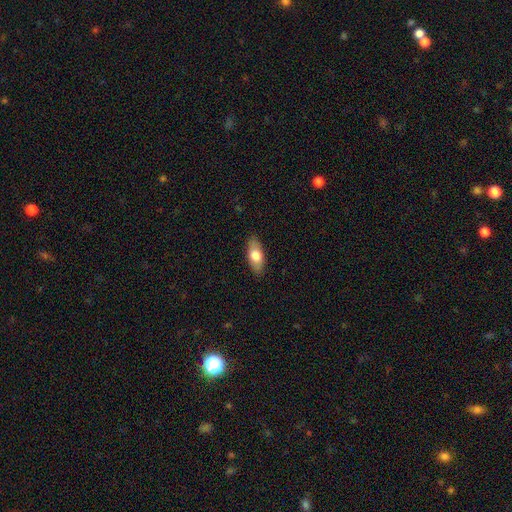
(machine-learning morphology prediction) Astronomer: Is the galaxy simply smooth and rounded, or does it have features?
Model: smooth — 72%.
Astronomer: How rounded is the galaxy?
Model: in between — 83%.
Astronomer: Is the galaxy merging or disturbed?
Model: none — 87%.